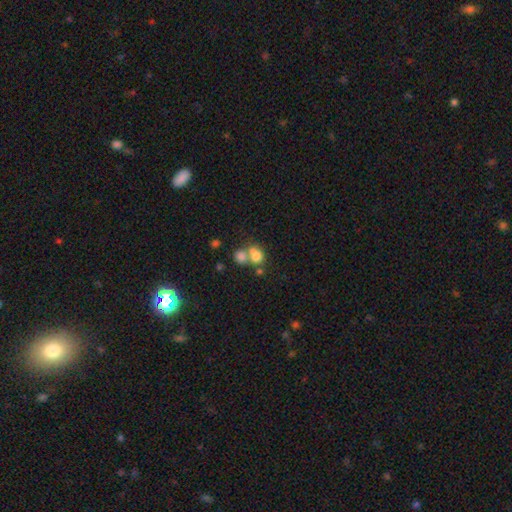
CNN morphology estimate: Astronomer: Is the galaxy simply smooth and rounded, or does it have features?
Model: smooth — 74%.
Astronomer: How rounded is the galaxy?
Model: round — 56% (runner-up: in between, 43%).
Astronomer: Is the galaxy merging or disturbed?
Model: merger — 55% (runner-up: none, 30%).